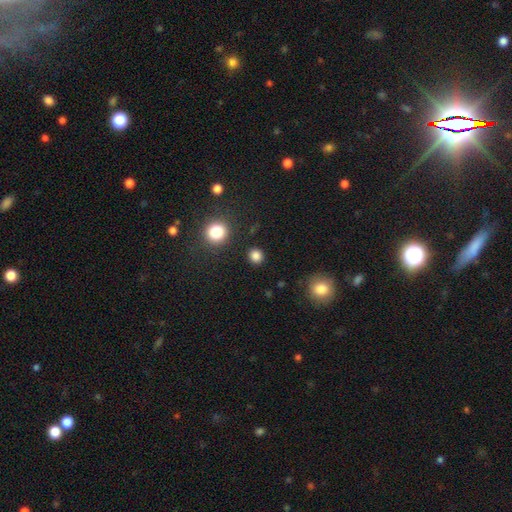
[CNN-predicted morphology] smooth 83%, star or artifact 14%, featured or disk 3%. Down the decision tree: how rounded — round (89%); merging — none (89%).